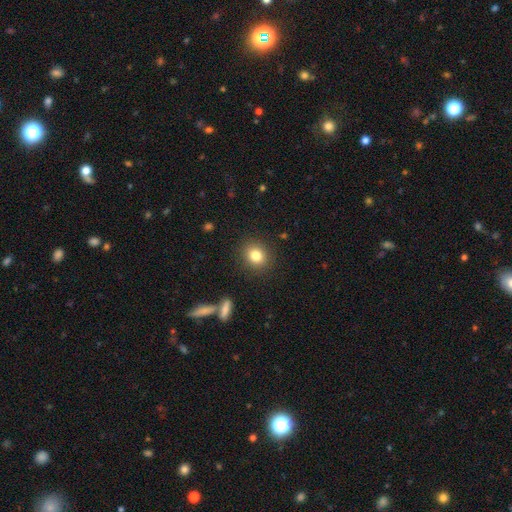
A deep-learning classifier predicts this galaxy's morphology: The model was most divided on "how rounded": round: 76%, in between: 23%, cigar-shaped: 1%. More confident: merging — none (89%); smooth or featured — smooth (82%).